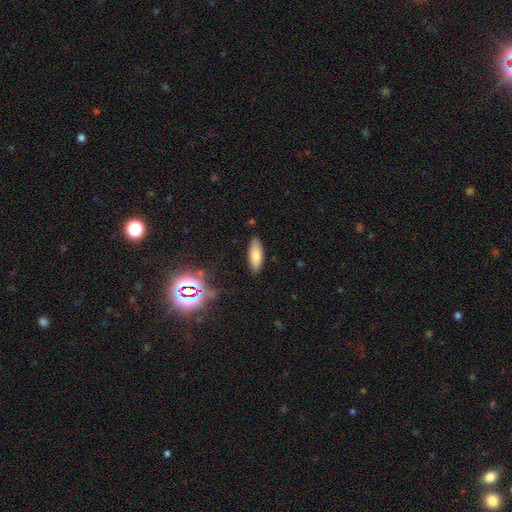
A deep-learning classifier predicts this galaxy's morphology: The model was most divided on "how rounded": in between: 72%, cigar-shaped: 26%, round: 2%. More confident: merging — none (86%); smooth or featured — smooth (79%).